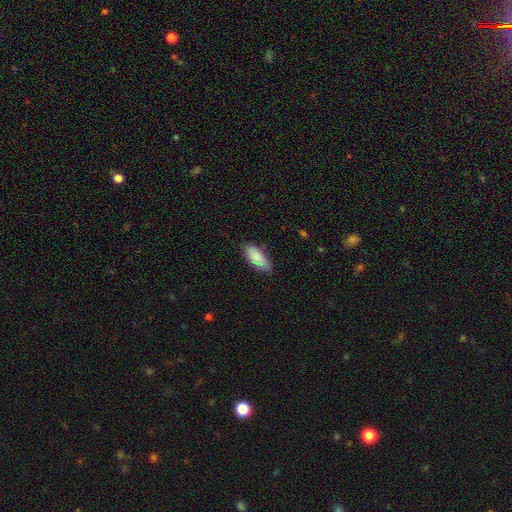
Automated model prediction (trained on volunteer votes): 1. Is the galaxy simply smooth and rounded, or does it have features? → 80% smooth, 10% star or artifact, 10% featured or disk.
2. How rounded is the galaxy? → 85% in between, 12% cigar-shaped, 2% round.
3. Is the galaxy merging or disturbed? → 79% none, 16% minor disturbance, 3% major disturbance, 3% merger.